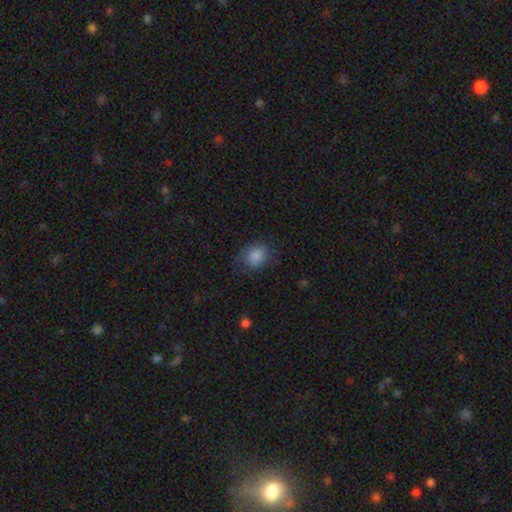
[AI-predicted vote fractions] Smooth or featured? Predicted: smooth (p=0.80). How rounded? Predicted: in between (p=0.57). Merging? Predicted: none (p=0.62).